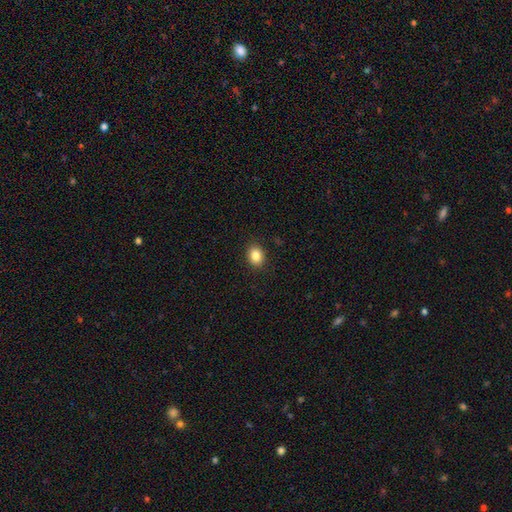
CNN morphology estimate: Smooth or featured?
  - smooth: 85% *
  - star or artifact: 10%
  - featured or disk: 5%
How rounded?
  - in between: 56% *
  - round: 44%
  - cigar-shaped: 1%
Merging?
  - none: 90% *
  - minor disturbance: 7%
  - major disturbance: 2%
  - merger: 1%